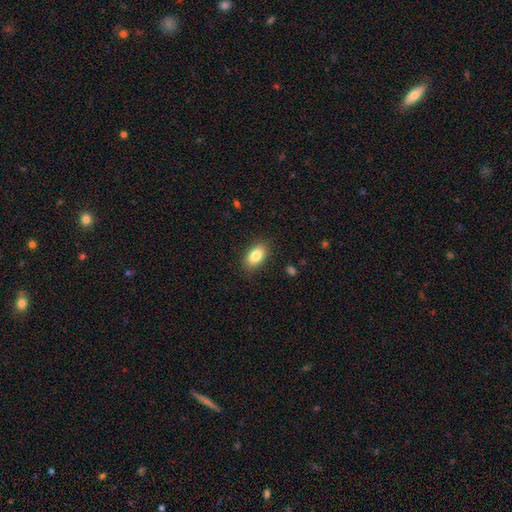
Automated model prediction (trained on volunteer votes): smooth_or_featured: smooth (p=0.84) [alt: featured or disk p=0.08]
how_rounded: in between (p=0.92) [alt: round p=0.05]
merging: none (p=0.87) [alt: minor disturbance p=0.10]